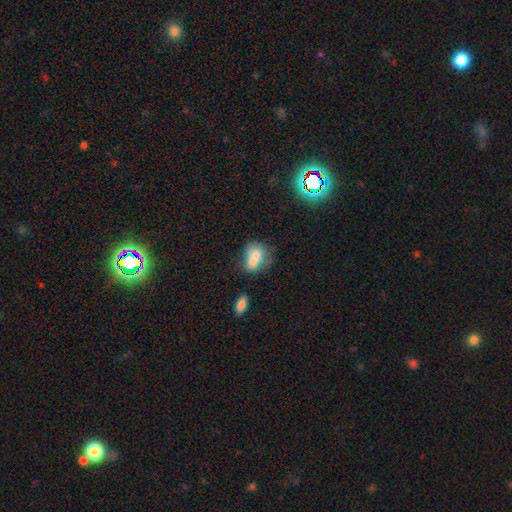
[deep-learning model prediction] smooth 70%, featured or disk 20%, star or artifact 9%. Down the decision tree: how rounded — in between (62%); merging — merger (55%).